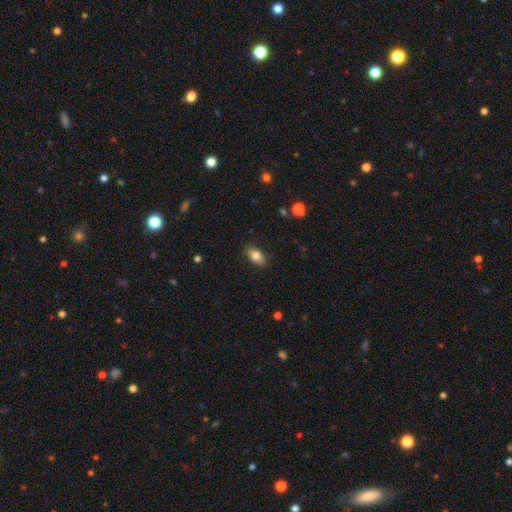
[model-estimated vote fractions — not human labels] Q: Smooth or featured?
A: smooth (80%); runner-up: featured or disk (13%)
Q: How rounded?
A: in between (89%); runner-up: round (7%)
Q: Merging?
A: none (87%); runner-up: minor disturbance (10%)